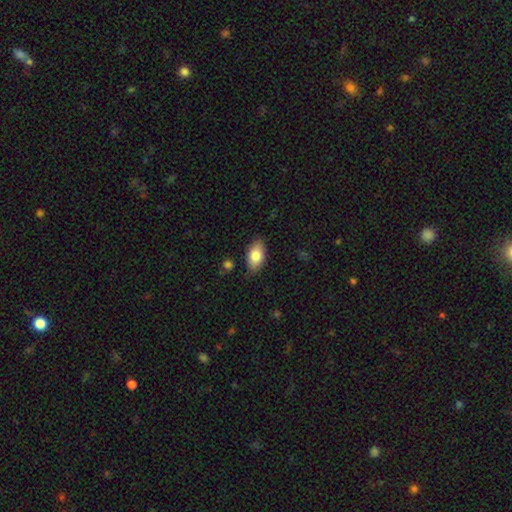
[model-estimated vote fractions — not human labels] Smooth or featured? smooth (81%)
How rounded? in between (93%)
Merging? none (84%)